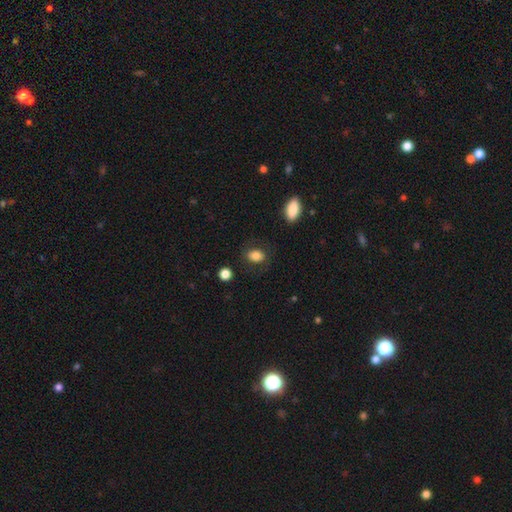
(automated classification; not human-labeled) Overall: smooth (83%). How rounded: in between (68%; round 30%). Merging: none (79%).